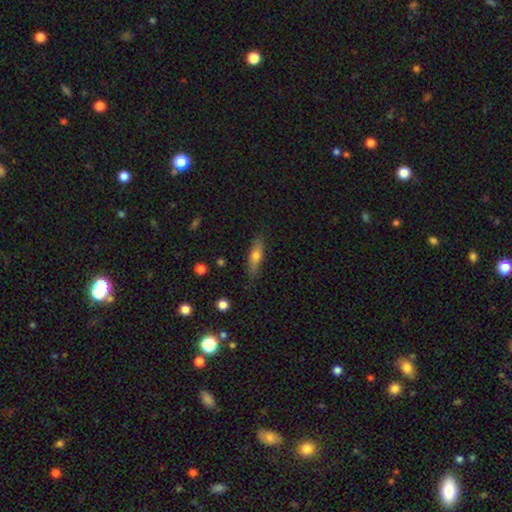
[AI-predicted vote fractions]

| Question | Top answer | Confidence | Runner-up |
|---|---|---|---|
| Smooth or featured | smooth | 61% | featured or disk (32%) |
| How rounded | cigar-shaped | 57% | in between (40%) |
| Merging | none | 80% | minor disturbance (15%) |